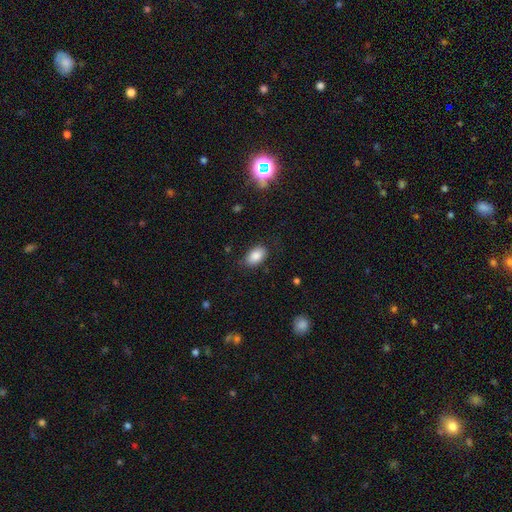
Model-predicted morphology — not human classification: smooth_or_featured: smooth (p=0.86) [alt: star or artifact p=0.08]
how_rounded: in between (p=0.91) [alt: round p=0.07]
merging: none (p=0.82) [alt: minor disturbance p=0.13]